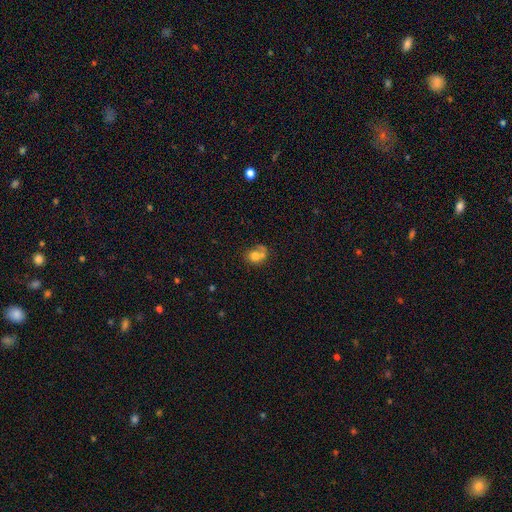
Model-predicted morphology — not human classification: type=smooth (66%); roundness=round (63%); merging=none (35%).